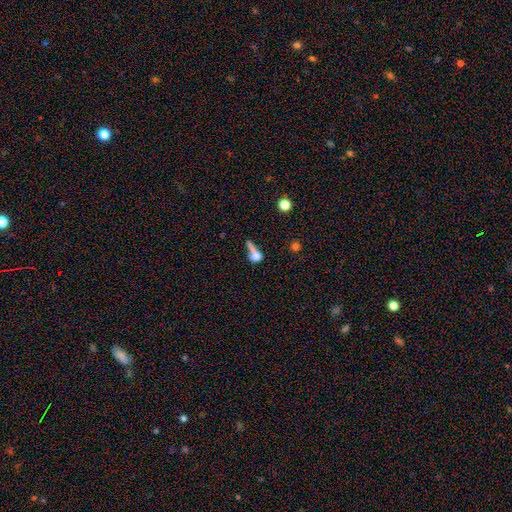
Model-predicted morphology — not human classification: The model was most divided on "how rounded": round: 39%, in between: 38%, cigar-shaped: 23%. Remaining: smooth or featured — smooth (61%); merging — merger (35%).